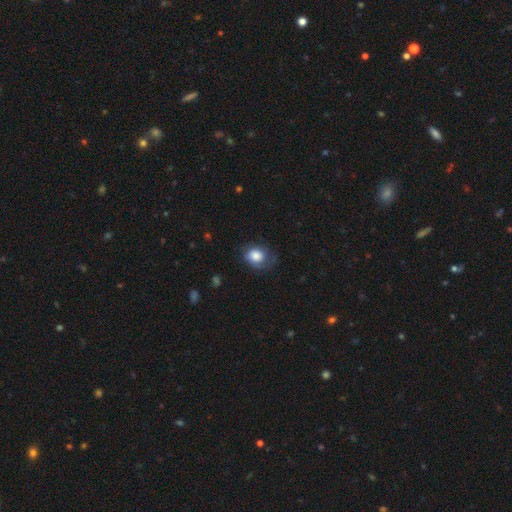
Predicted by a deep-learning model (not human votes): The model was most divided on "how rounded": round: 52%, in between: 47%, cigar-shaped: 1%. More confident: smooth or featured — smooth (75%); merging — none (55%).